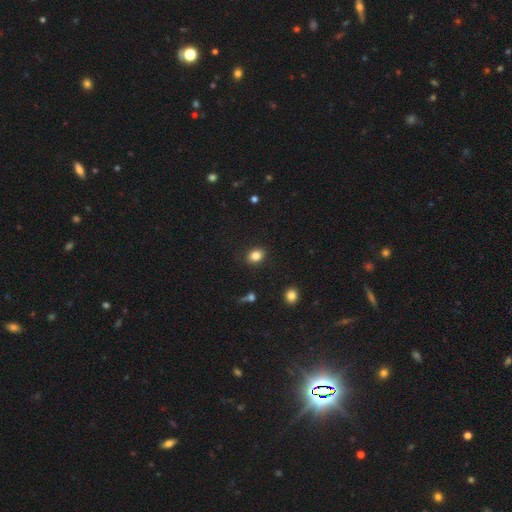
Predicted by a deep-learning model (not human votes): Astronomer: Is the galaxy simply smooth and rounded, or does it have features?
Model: smooth — 84%.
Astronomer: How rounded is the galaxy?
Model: in between — 60% (runner-up: round, 39%).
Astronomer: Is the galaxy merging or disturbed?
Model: none — 87%.